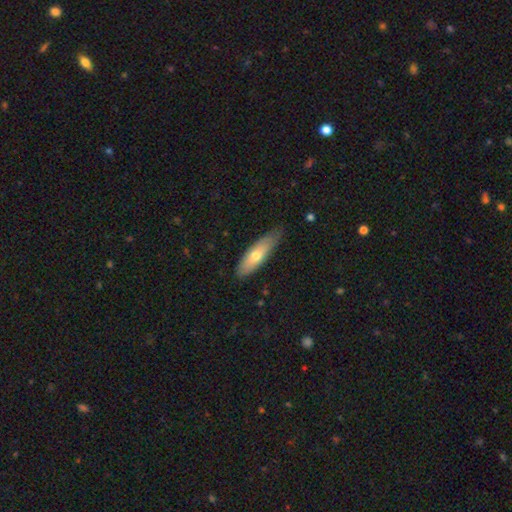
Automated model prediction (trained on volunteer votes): A smooth galaxy with no disk features (64%) that is cigar-shaped (49%, tied with in between). Merging: none (72%).